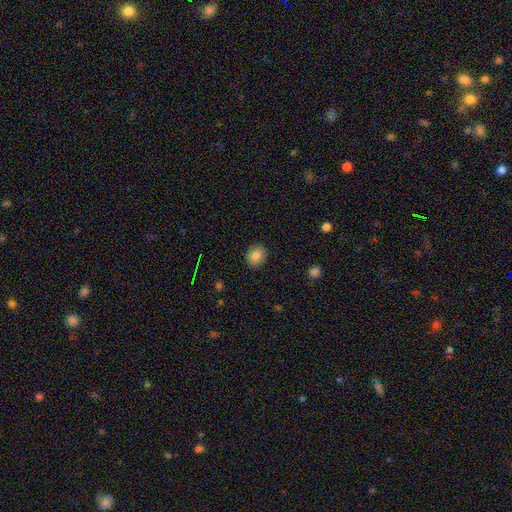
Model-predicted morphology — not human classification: Smooth or featured? Predicted: smooth (p=0.84). How rounded? Predicted: round (p=0.69). Merging? Predicted: none (p=0.89).